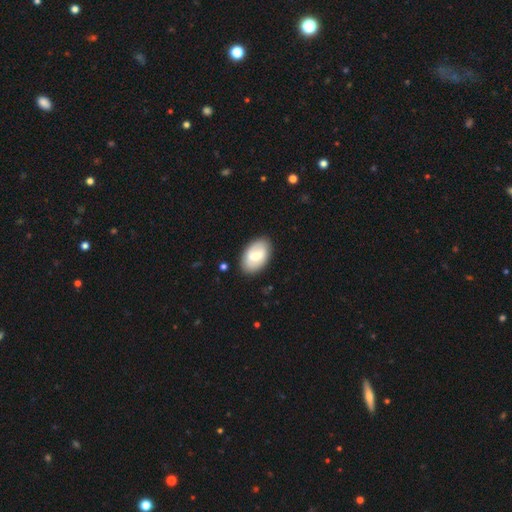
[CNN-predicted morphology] Overall: smooth (54%; featured or disk 40%). How rounded: in between (91%). Merging: none (85%).